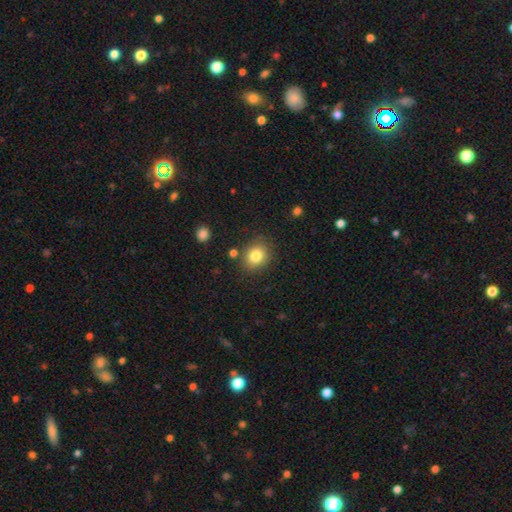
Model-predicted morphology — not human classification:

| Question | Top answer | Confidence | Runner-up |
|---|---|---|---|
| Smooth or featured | smooth | 82% | star or artifact (10%) |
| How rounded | round | 66% | in between (33%) |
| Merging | none | 81% | minor disturbance (12%) |